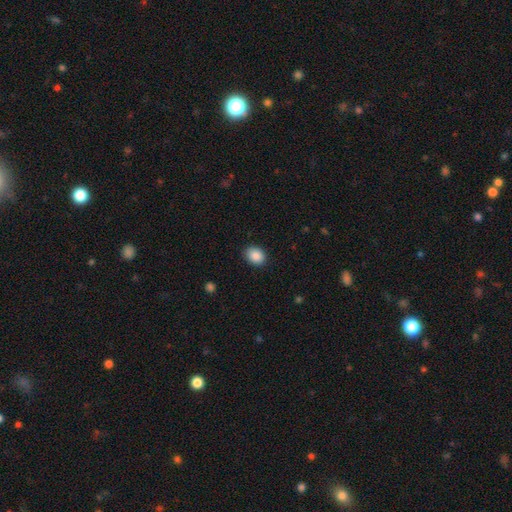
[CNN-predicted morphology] Smooth or featured: smooth — 88% (star or artifact — 8%)
How rounded: in between — 63% (round — 36%)
Merging: none — 88% (minor disturbance — 9%)